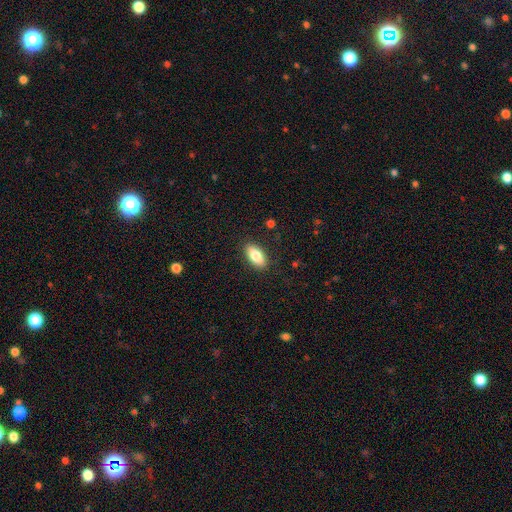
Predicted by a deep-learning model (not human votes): This appears to be a smooth galaxy with no disk features (83%) that is in between round and cigar-shaped (88%). Merging: none (88%).